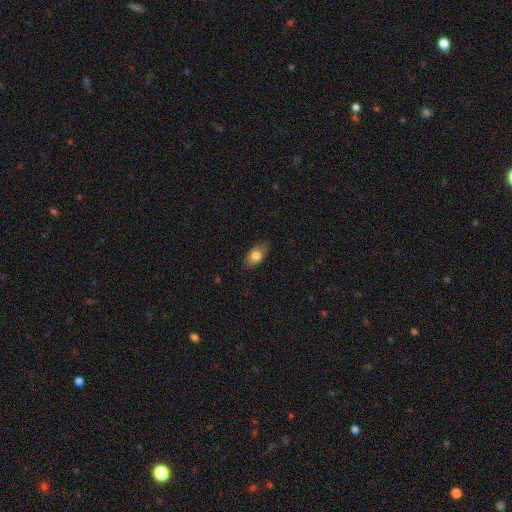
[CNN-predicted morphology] type=smooth (77%); roundness=in between (86%); merging=none (77%).